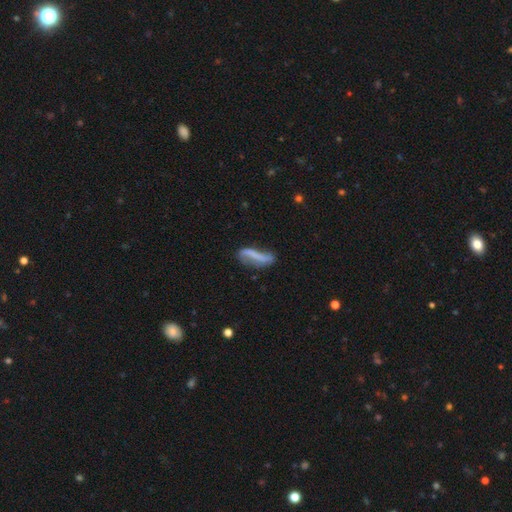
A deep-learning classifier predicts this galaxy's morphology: featured or disk 54%, smooth 38%, star or artifact 8%. Down the decision tree: edge-on disk — no (79%); merging — none (57%).